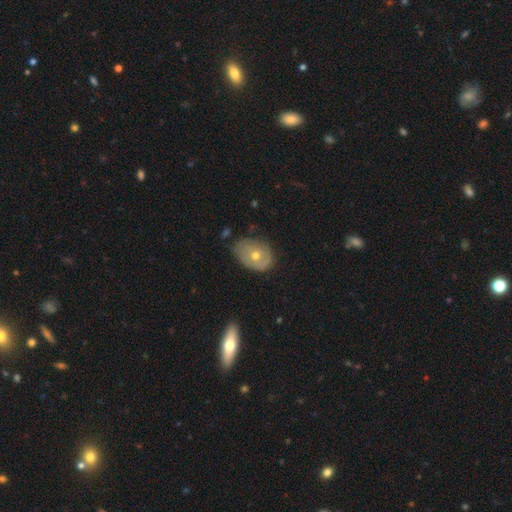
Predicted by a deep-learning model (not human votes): Q: Smooth or featured?
A: smooth (47%); runner-up: featured or disk (44%)
Q: Merging?
A: none (53%); runner-up: minor disturbance (34%)